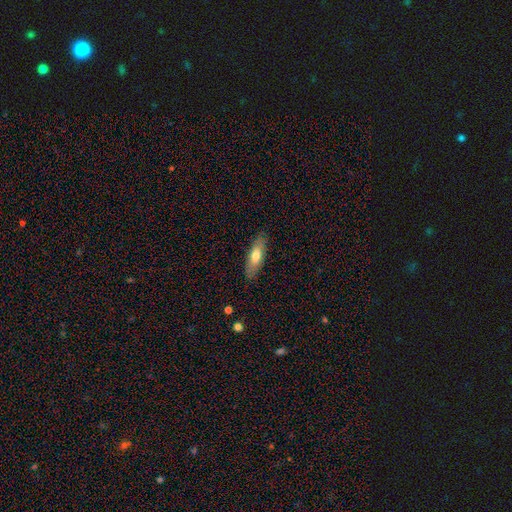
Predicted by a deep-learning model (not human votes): Smooth or featured?
  - smooth: 68% *
  - featured or disk: 26%
  - star or artifact: 6%
How rounded?
  - in between: 50% *
  - cigar-shaped: 48%
  - round: 2%
Merging?
  - none: 86% *
  - minor disturbance: 10%
  - major disturbance: 2%
  - merger: 1%